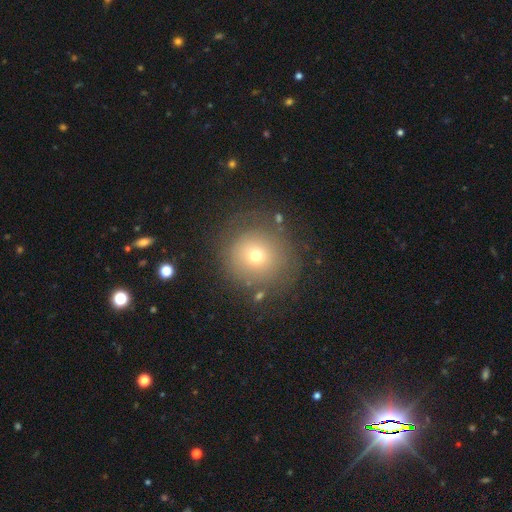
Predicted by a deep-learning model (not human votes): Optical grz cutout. It shows a smooth galaxy with no disk features (64%) that is round (93%). Merging: none (77%).